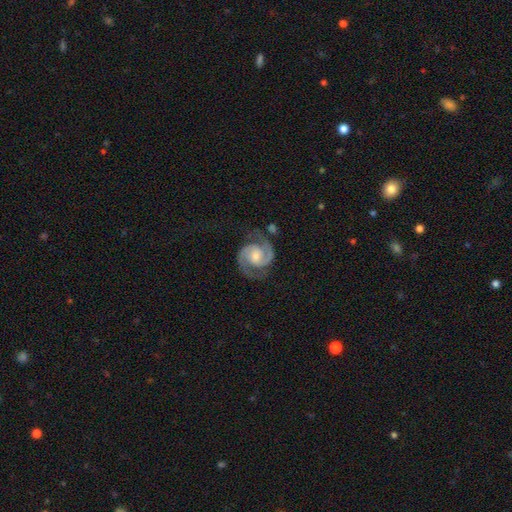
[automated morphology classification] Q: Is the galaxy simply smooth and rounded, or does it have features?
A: featured or disk — 92%.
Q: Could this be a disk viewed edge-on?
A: no — 98%.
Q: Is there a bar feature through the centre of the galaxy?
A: no — 54%.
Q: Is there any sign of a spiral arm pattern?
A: yes — 98%.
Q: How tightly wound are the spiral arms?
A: medium — 53%.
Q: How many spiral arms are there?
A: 2 — 94%.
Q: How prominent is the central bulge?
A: moderate — 54%.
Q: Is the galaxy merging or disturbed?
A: none — 78%.